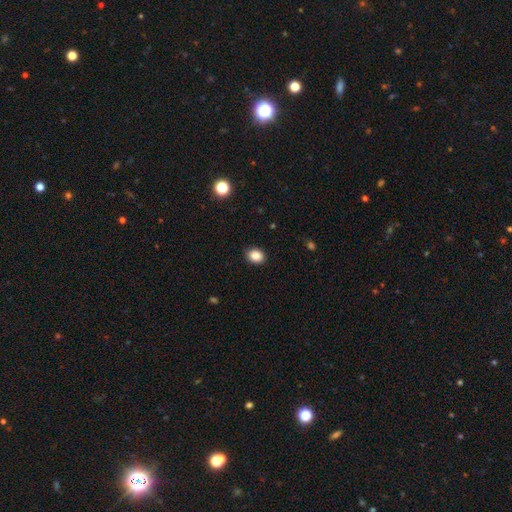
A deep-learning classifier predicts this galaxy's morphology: Smooth or featured: smooth — 87% (star or artifact — 10%)
How rounded: round — 51% (in between — 48%)
Merging: none — 89% (minor disturbance — 8%)